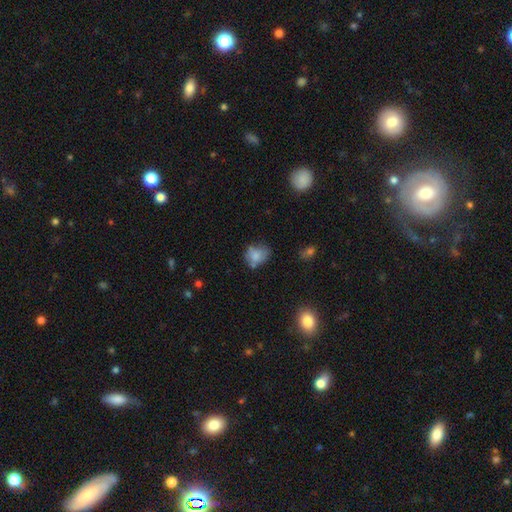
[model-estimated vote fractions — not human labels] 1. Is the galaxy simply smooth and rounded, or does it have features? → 70% smooth, 20% featured or disk, 11% star or artifact.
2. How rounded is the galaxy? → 51% round, 48% in between, 1% cigar-shaped.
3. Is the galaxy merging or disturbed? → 49% none, 29% minor disturbance, 13% major disturbance, 9% merger.